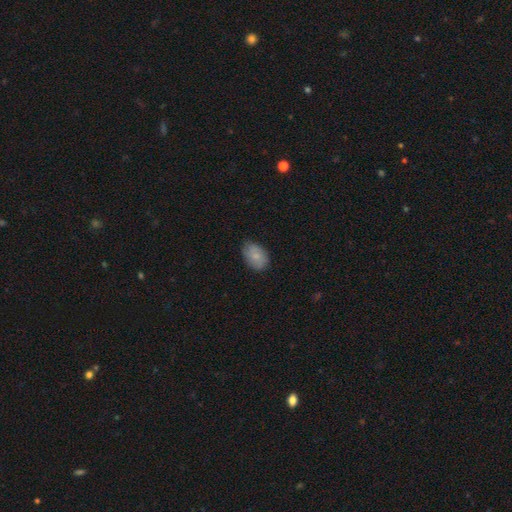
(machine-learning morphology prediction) Smooth or featured? Predicted: smooth (p=0.77). How rounded? Predicted: in between (p=0.83). Merging? Predicted: none (p=0.68).